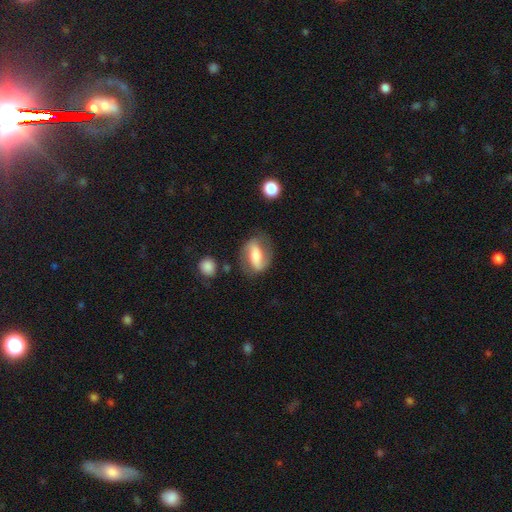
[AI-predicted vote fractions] A featured or disk galaxy (56%) with a strong bar (55%), spiral arms (74%) and a moderate central bulge (51%). Merging: none (70%).